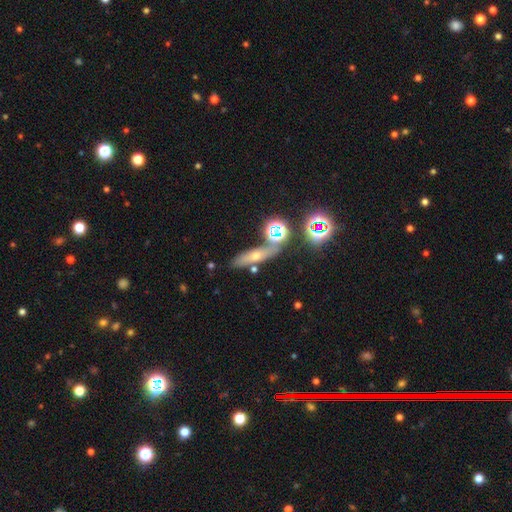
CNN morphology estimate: Q: Smooth or featured?
A: smooth (36%); runner-up: featured or disk (34%)
Q: Merging?
A: none (65%); runner-up: merger (15%)